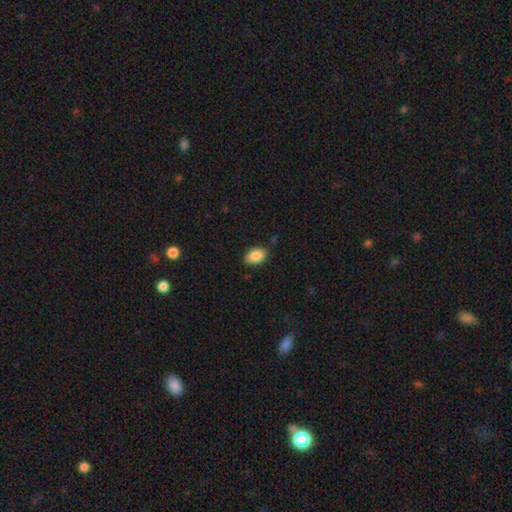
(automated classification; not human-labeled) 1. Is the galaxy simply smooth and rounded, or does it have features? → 87% smooth, 7% star or artifact, 6% featured or disk.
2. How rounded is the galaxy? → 90% in between, 9% round, 1% cigar-shaped.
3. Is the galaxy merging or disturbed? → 83% none, 13% minor disturbance, 3% major disturbance, 2% merger.